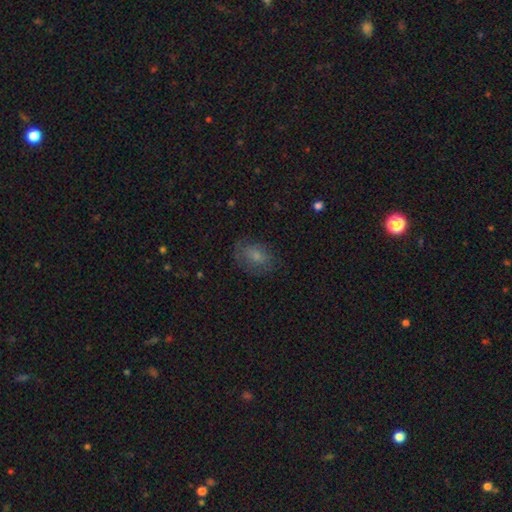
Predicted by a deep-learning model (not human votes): Smooth or featured? smooth (67%)
How rounded? in between (72%)
Merging? none (67%)